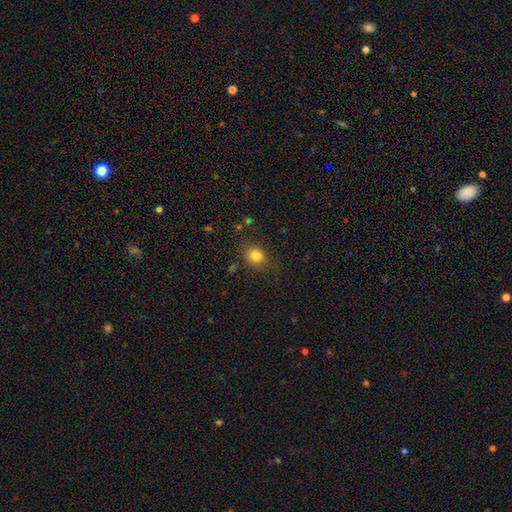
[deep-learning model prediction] Overall: smooth (82%). How rounded: round (72%). Merging: none (82%).